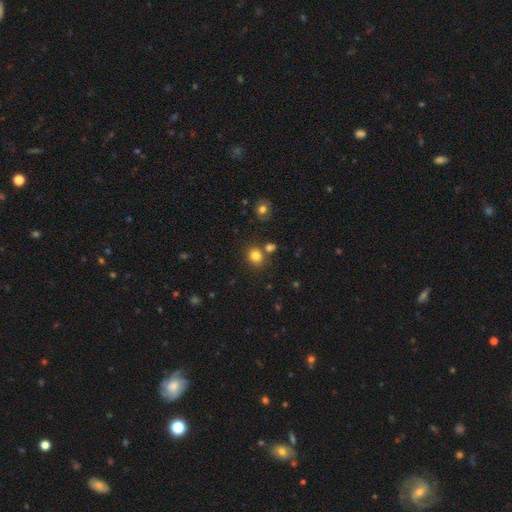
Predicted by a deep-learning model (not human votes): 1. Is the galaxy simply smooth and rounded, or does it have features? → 81% smooth, 12% star or artifact, 6% featured or disk.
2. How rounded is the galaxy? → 66% round, 33% in between, 1% cigar-shaped.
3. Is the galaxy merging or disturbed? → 73% none, 13% merger, 11% minor disturbance, 3% major disturbance.